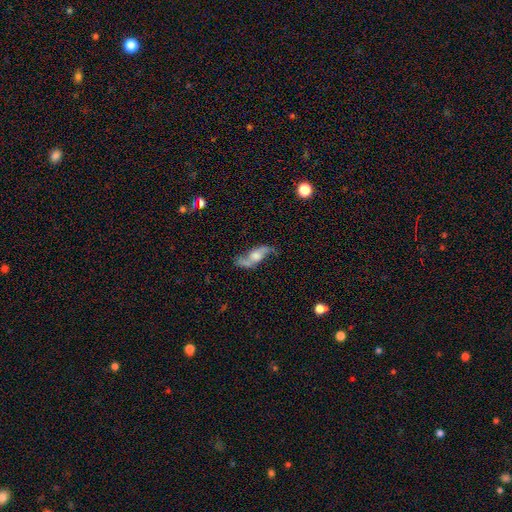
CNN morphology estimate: featured or disk 73%, smooth 18%, star or artifact 8%. Down the decision tree: edge-on disk — no (80%); bar — no (58%); spiral arms — yes (89%); spiral arm count — 2 (89%); spiral winding — loose (75%); bulge size — moderate (40%); merging — none (62%).